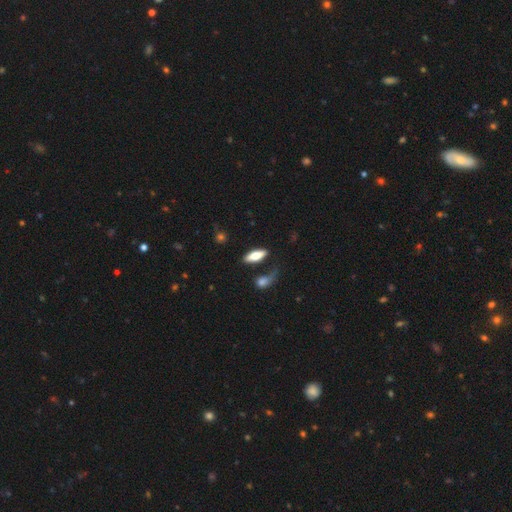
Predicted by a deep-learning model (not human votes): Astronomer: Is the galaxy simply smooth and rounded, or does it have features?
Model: smooth — 68%.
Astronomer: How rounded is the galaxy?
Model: in between — 65%.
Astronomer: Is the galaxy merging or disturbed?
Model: none — 62%.